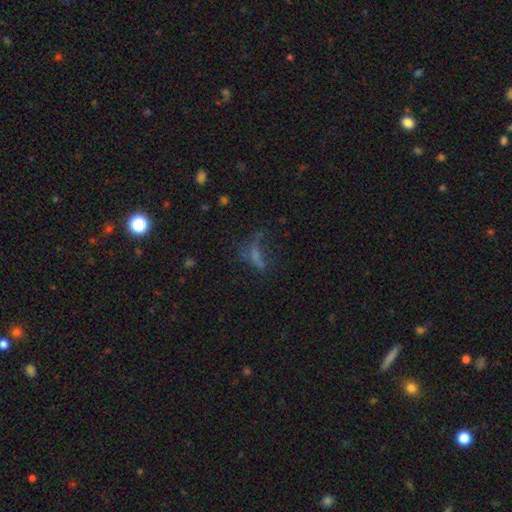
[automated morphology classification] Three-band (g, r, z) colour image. It shows a smooth galaxy with no disk features (40%). Merging: none (40%).